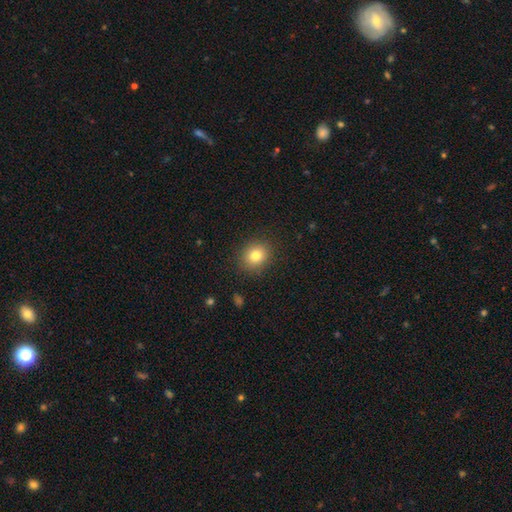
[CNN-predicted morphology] Smooth or featured?
  - smooth: 80% *
  - star or artifact: 11%
  - featured or disk: 9%
How rounded?
  - round: 72% *
  - in between: 27%
  - cigar-shaped: 1%
Merging?
  - none: 88% *
  - minor disturbance: 8%
  - major disturbance: 3%
  - merger: 1%